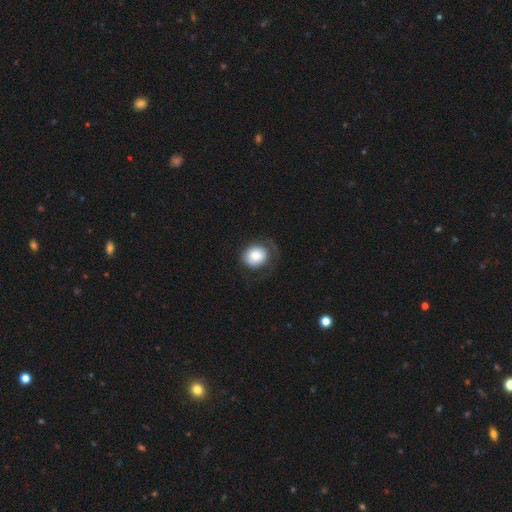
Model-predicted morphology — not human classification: A smooth galaxy with no disk features (81%) that is round (69%).

Vote fractions:
- Smooth or featured? smooth: 81% / featured or disk: 12% / star or artifact: 7%
- How rounded? round: 69% / in between: 30% / cigar-shaped: 1%
- Merging? none: 58% / minor disturbance: 25% / major disturbance: 16% / merger: 2%